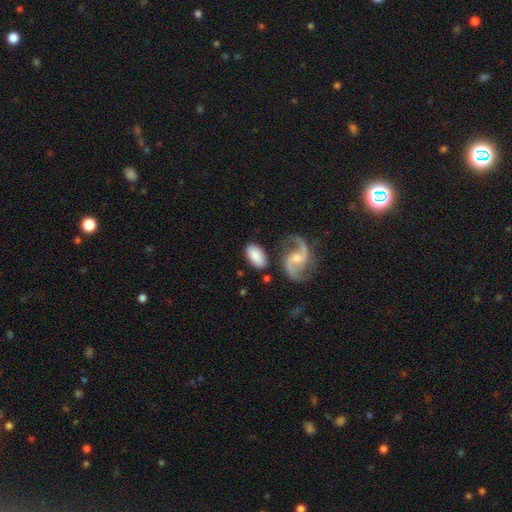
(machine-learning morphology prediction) Smooth or featured: smooth — 69% (featured or disk — 26%)
How rounded: in between — 94% (round — 4%)
Merging: none — 69% (minor disturbance — 16%)